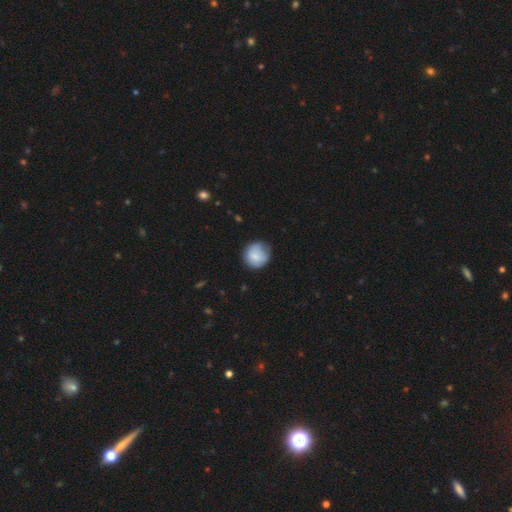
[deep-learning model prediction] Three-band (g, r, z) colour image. It shows a smooth galaxy with no disk features (77%) that is round (88%). Merging: none (69%).